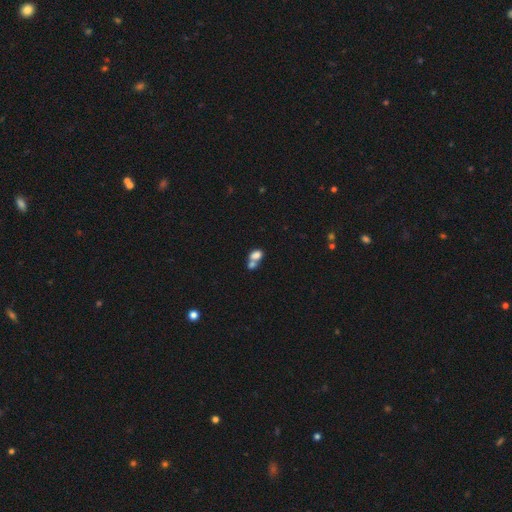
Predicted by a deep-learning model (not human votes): Q: Smooth or featured?
A: smooth (77%); runner-up: featured or disk (13%)
Q: How rounded?
A: in between (74%); runner-up: round (25%)
Q: Merging?
A: merger (65%); runner-up: none (24%)